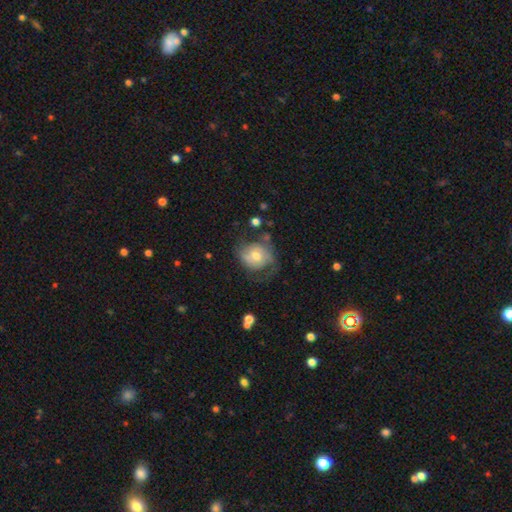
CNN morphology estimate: Overall: featured or disk (48%; smooth 44%). Merging: none (46%; minor disturbance 27%).